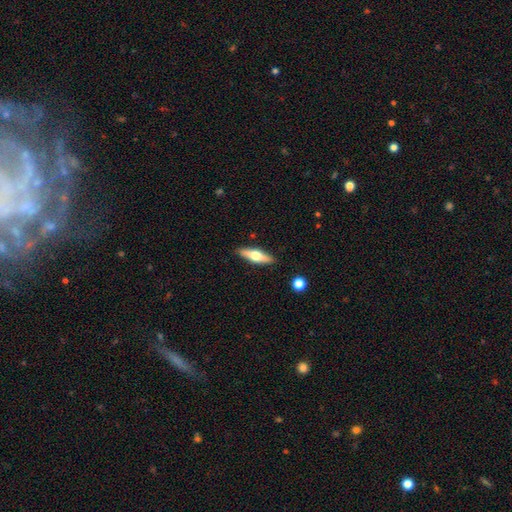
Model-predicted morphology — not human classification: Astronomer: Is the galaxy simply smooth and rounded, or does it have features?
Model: smooth — 48% (runner-up: featured or disk, 47%).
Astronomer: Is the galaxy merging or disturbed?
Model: none — 88%.